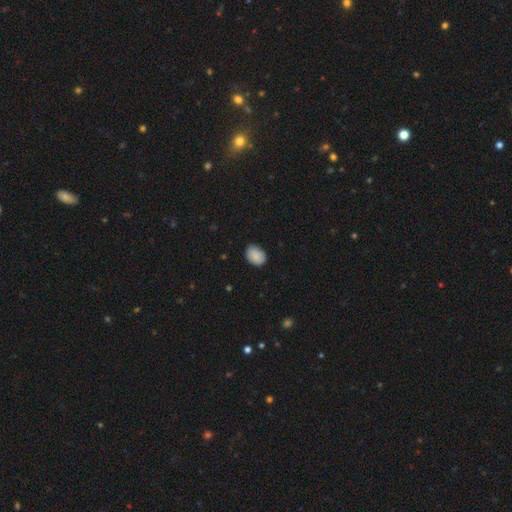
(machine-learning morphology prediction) Smooth or featured?
  - smooth: 88% *
  - star or artifact: 7%
  - featured or disk: 5%
How rounded?
  - in between: 70% *
  - round: 29%
  - cigar-shaped: 1%
Merging?
  - none: 82% *
  - minor disturbance: 15%
  - major disturbance: 2%
  - merger: 1%